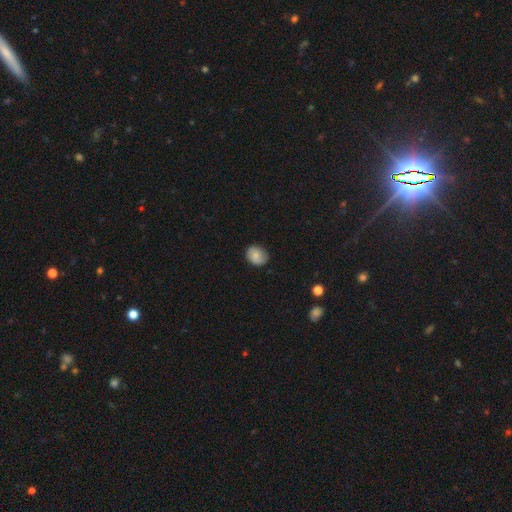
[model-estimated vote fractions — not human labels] Smooth or featured: smooth — 75% (featured or disk — 18%)
How rounded: round — 52% (in between — 47%)
Merging: none — 79% (minor disturbance — 17%)